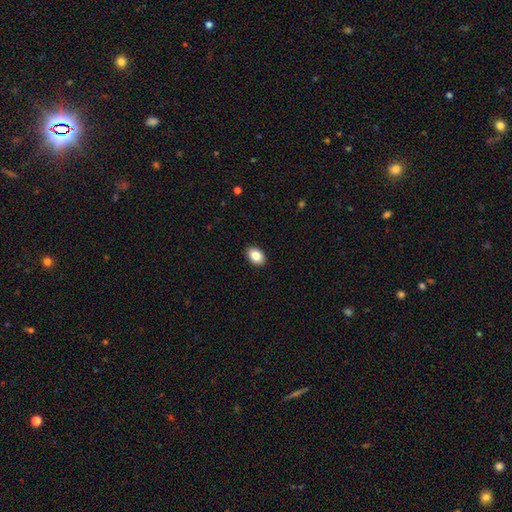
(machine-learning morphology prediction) smooth 85%, star or artifact 8%, featured or disk 8%. Down the decision tree: how rounded — in between (85%); merging — none (91%).